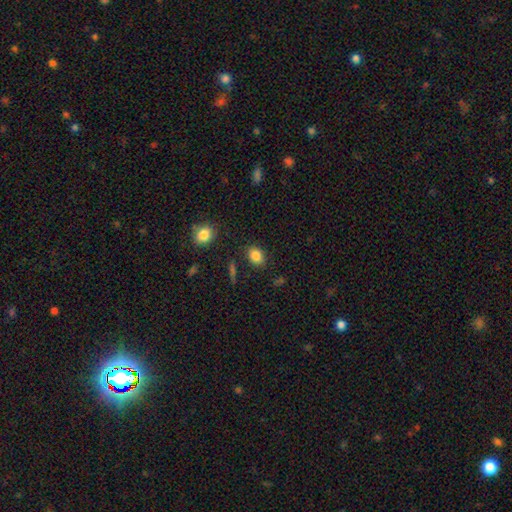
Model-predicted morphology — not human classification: Smooth or featured? smooth (85%)
How rounded? in between (56%)
Merging? none (85%)